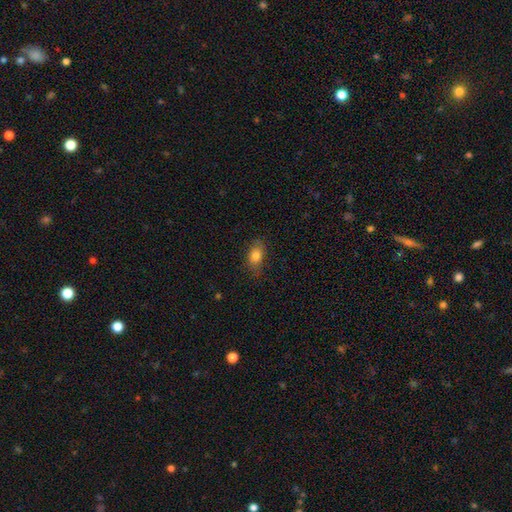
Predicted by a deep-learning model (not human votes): Morphology: type=smooth (82%); roundness=in between (81%); merging=none (75%).